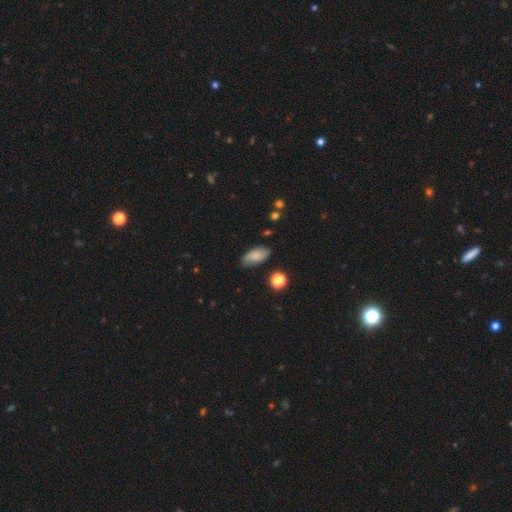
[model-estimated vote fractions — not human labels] smooth_or_featured: smooth (p=0.81) [alt: featured or disk p=0.11]
how_rounded: in between (p=0.90) [alt: cigar-shaped p=0.07]
merging: none (p=0.80) [alt: minor disturbance p=0.15]